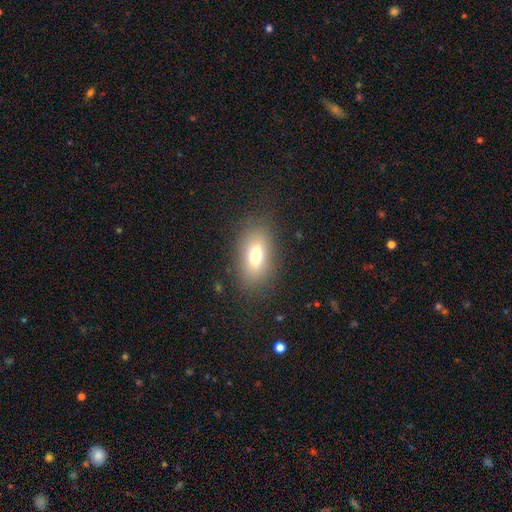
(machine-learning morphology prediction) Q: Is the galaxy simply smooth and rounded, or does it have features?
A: smooth — 70%.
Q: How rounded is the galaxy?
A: in between — 84%.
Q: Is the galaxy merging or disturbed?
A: none — 81%.